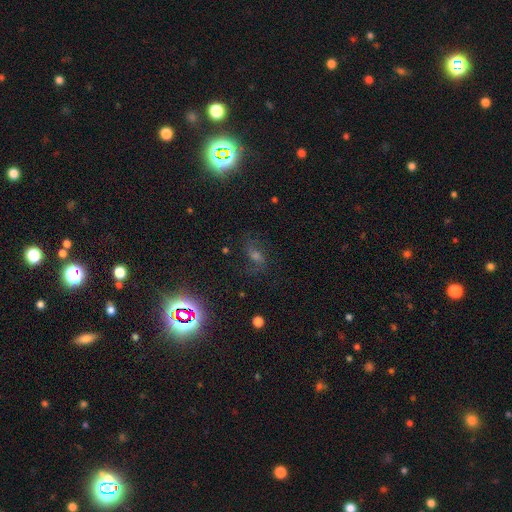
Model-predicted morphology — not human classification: Smooth or featured? Predicted: featured or disk (p=0.41). Merging? Predicted: none (p=0.70).